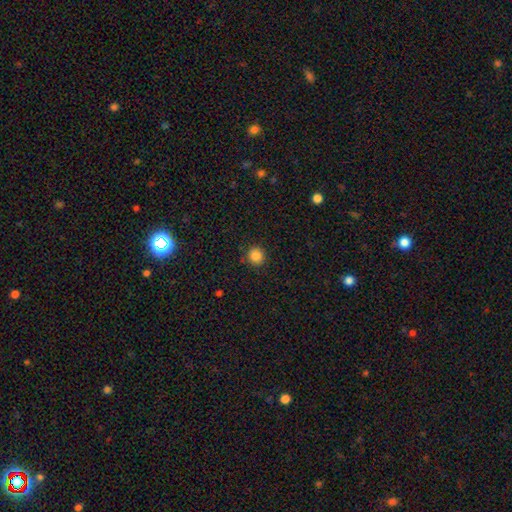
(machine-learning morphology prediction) Q: Smooth or featured?
A: smooth (85%); runner-up: star or artifact (11%)
Q: How rounded?
A: round (93%); runner-up: in between (6%)
Q: Merging?
A: none (90%); runner-up: minor disturbance (6%)